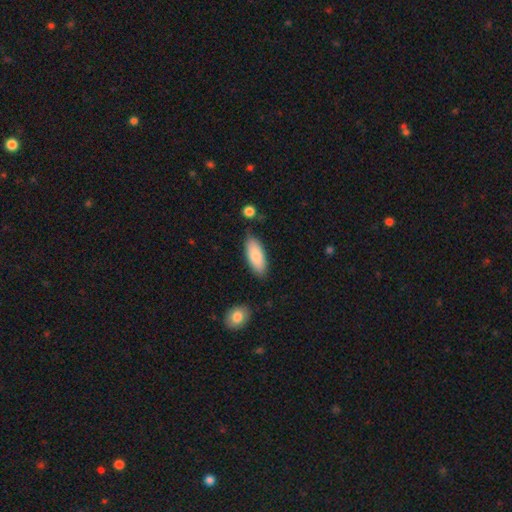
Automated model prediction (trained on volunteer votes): smooth 85%, featured or disk 10%, star or artifact 6%. Down the decision tree: how rounded — in between (81%); merging — none (79%).